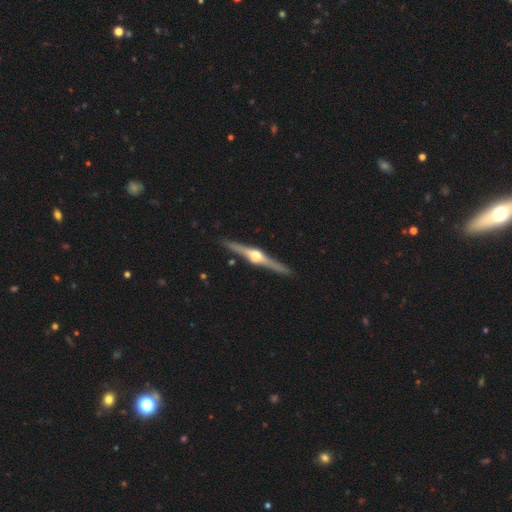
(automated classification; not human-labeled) The model was most divided on "smooth or featured": featured or disk: 87%, smooth: 9%, star or artifact: 4%. More confident: edge-on disk — yes (99%); edge-on bulge — rounded (96%); merging — none (92%).